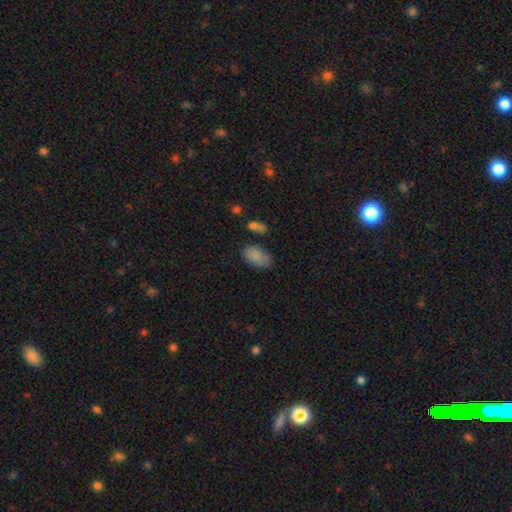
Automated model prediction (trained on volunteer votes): smooth-or-featured: smooth: 84% | star or artifact: 9% | featured or disk: 7%
  how-rounded: in between: 93% | round: 5% | cigar-shaped: 2%
  merging: none: 66% | minor disturbance: 21% | merger: 7% | major disturbance: 6%